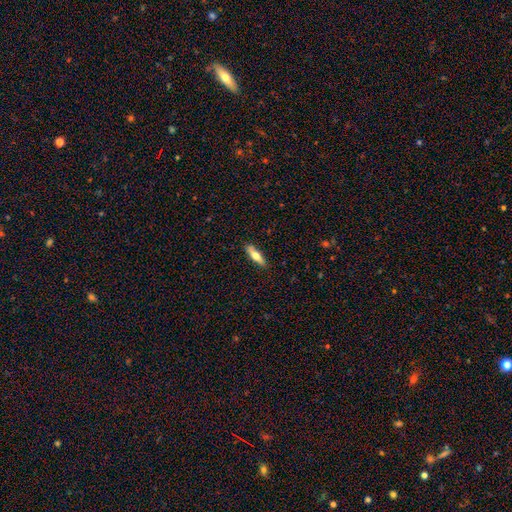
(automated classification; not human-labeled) Smooth or featured: smooth — 59% (featured or disk — 35%)
How rounded: cigar-shaped — 62% (in between — 36%)
Merging: none — 88% (minor disturbance — 9%)